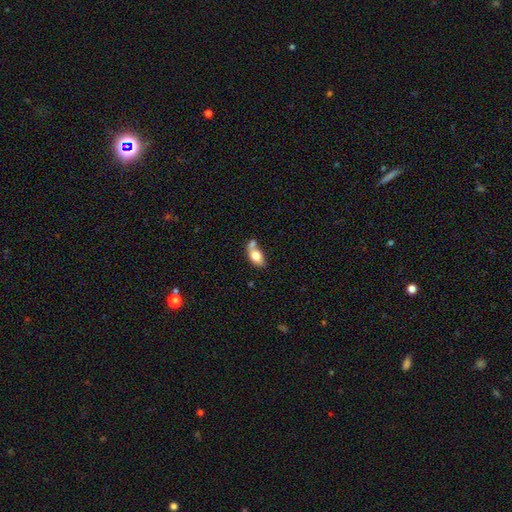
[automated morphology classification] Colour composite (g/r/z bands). It shows a smooth galaxy with no disk features (75%) that is in between round and cigar-shaped (85%). Merging: merger (42%).